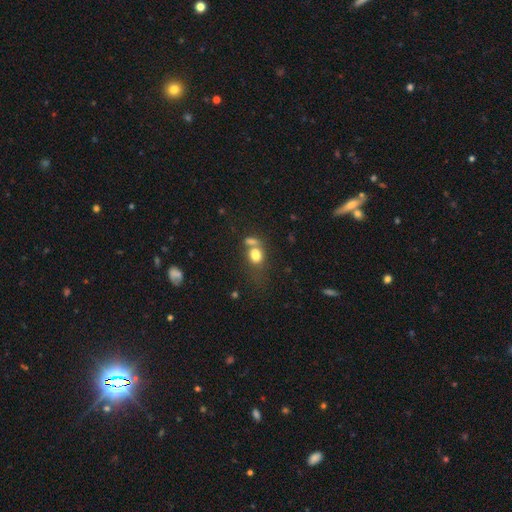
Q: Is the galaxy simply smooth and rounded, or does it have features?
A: smooth — 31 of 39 (79%).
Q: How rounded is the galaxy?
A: in between — 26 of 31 (84%).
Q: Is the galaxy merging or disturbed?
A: merger — 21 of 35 (60%).